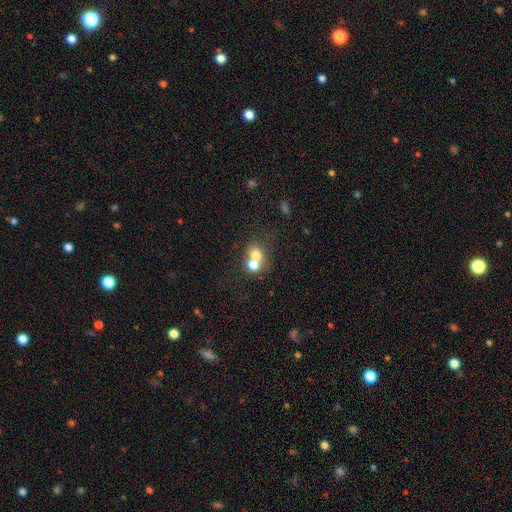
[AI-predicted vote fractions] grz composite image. It shows a smooth galaxy with no disk features (69%) that is round (70%). Merging: merger (61%).